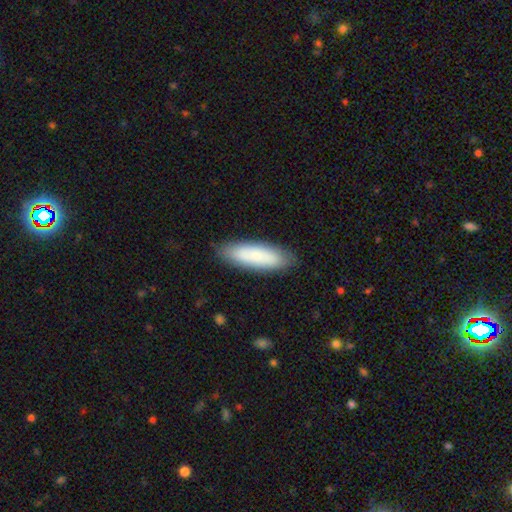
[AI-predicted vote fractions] smooth-or-featured: smooth: 84% | featured or disk: 11% | star or artifact: 6%
  how-rounded: in between: 50% | cigar-shaped: 49% | round: 2%
  merging: none: 85% | minor disturbance: 11% | major disturbance: 2% | merger: 1%